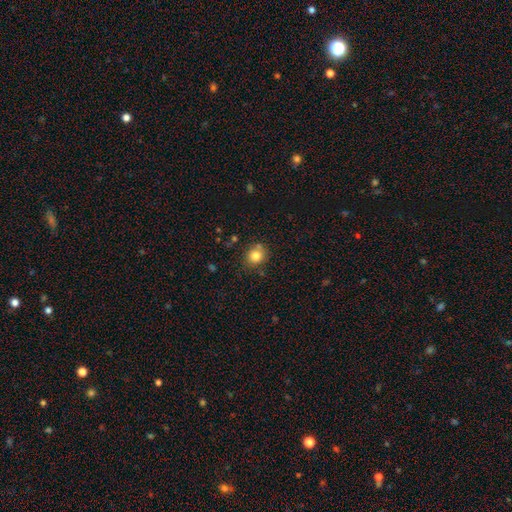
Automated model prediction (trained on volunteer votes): Overall: smooth (82%). How rounded: round (73%). Merging: none (76%).